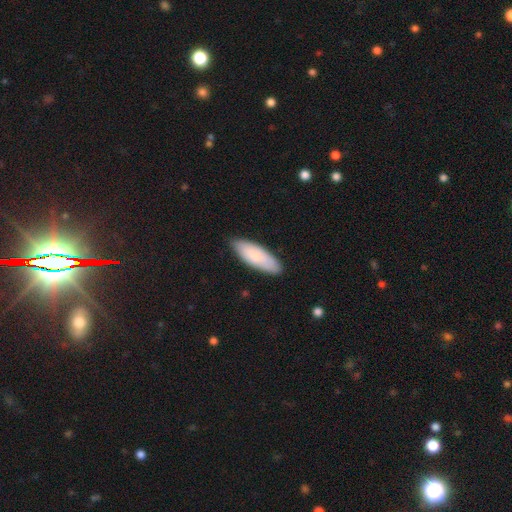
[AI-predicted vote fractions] Overall: smooth (82%). How rounded: in between (68%; cigar-shaped 31%). Merging: none (84%).